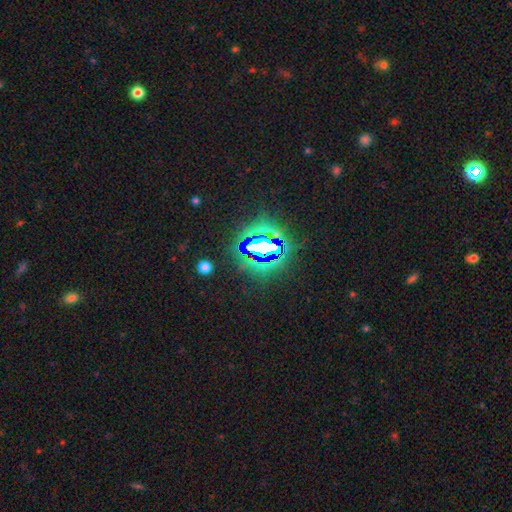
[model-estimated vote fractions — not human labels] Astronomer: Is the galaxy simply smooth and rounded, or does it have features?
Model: star or artifact — 78%.